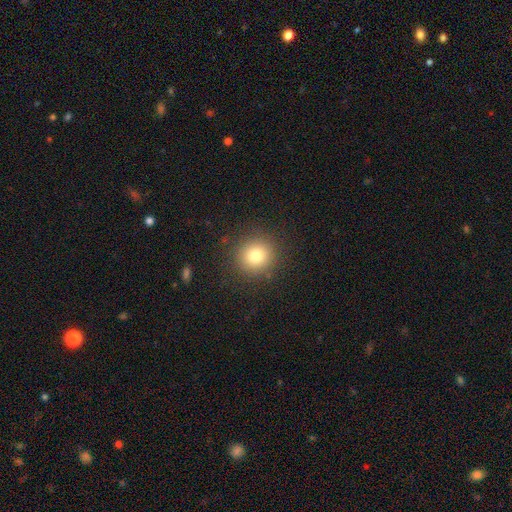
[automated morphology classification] This appears to be a smooth galaxy with no disk features (78%) that is round (91%). Merging: none (89%).